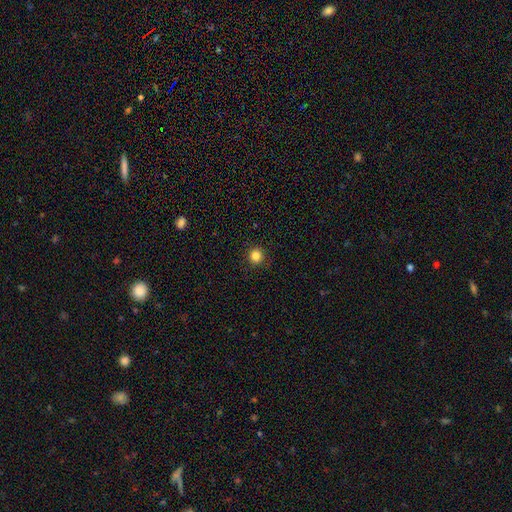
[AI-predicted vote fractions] Q: Smooth or featured?
A: smooth (84%); runner-up: star or artifact (12%)
Q: How rounded?
A: round (94%); runner-up: in between (5%)
Q: Merging?
A: none (92%); runner-up: minor disturbance (5%)